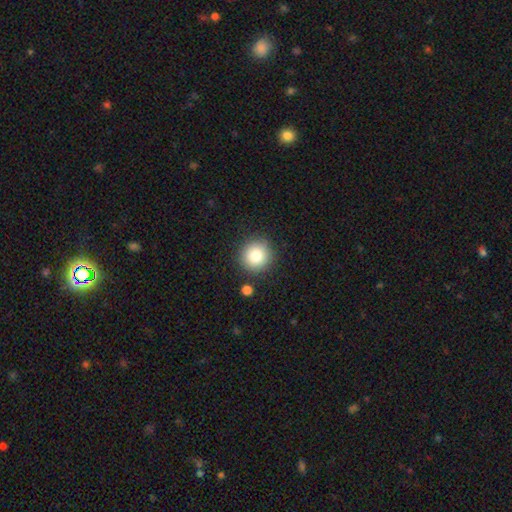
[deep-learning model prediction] smooth 83%, star or artifact 10%, featured or disk 7%. Down the decision tree: how rounded — round (93%); merging — none (86%).